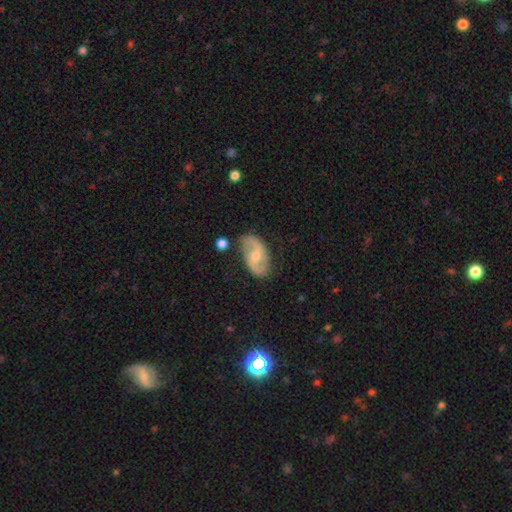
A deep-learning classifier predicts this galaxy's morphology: Smooth or featured? Predicted: featured or disk (p=0.79). Edge-on disk? Predicted: no (p=0.97). Bar? Predicted: no (p=0.45). Spiral arms? Predicted: yes (p=0.92). Spiral winding? Predicted: loose (p=0.43, tied with medium). Spiral arm count? Predicted: 2 (p=0.91). Bulge size? Predicted: moderate (p=0.55). Merging? Predicted: none (p=0.78).